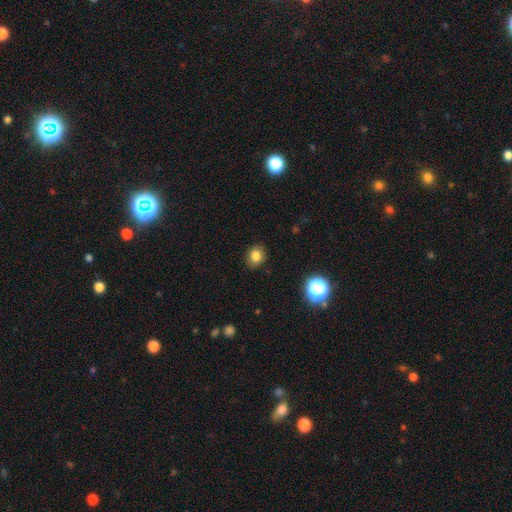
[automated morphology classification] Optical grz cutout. It shows a smooth galaxy with no disk features (81%) that is round (55%). Merging: none (85%).